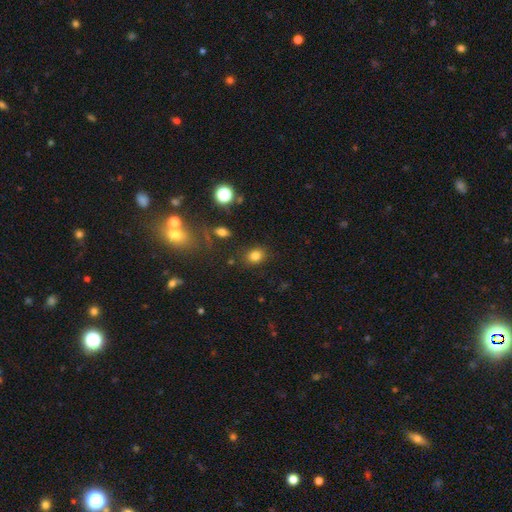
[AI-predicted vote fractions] This is likely a smooth galaxy (80%). How rounded: possibly round (51%). Merging: clearly none (84%).